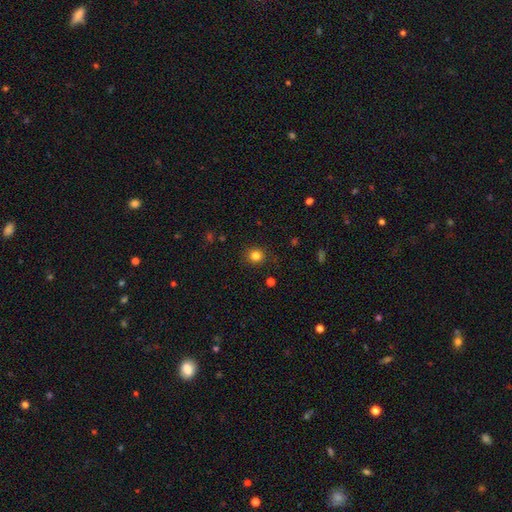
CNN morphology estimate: type=smooth (82%); roundness=round (88%); merging=none (89%).